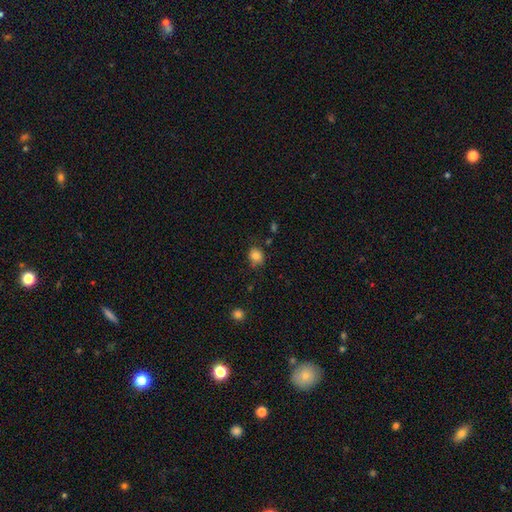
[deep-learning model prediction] Morphology: type=smooth (83%); roundness=round (66%); merging=none (77%).